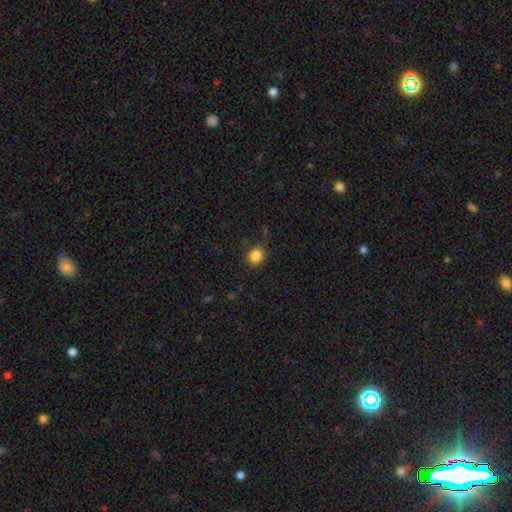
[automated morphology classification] type=smooth (86%); roundness=round (75%); merging=none (84%).